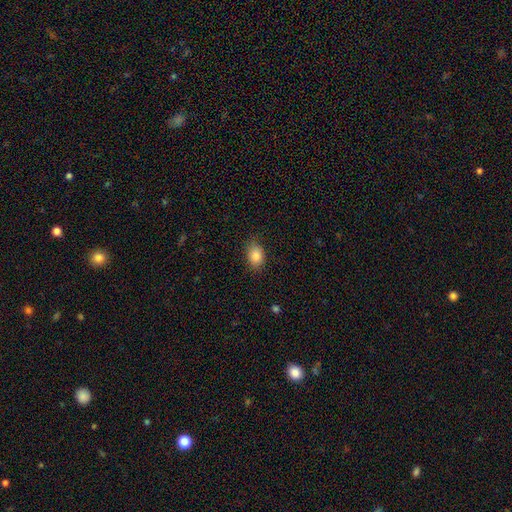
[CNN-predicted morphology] smooth_or_featured: smooth (p=0.85) [alt: star or artifact p=0.09]
how_rounded: in between (p=0.78) [alt: round p=0.21]
merging: none (p=0.81) [alt: minor disturbance p=0.15]